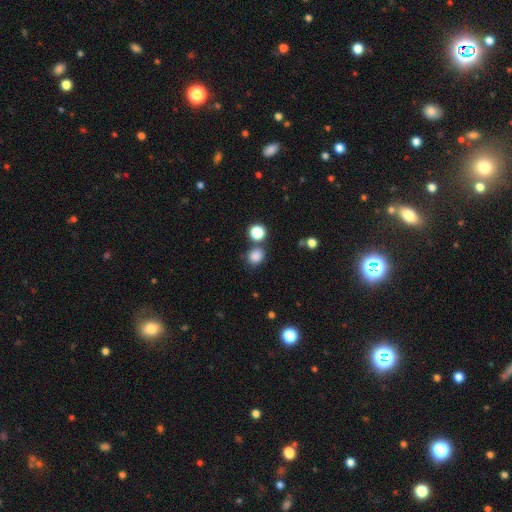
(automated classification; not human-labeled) Overall: smooth (83%). How rounded: round (69%; in between 30%). Merging: none (74%).